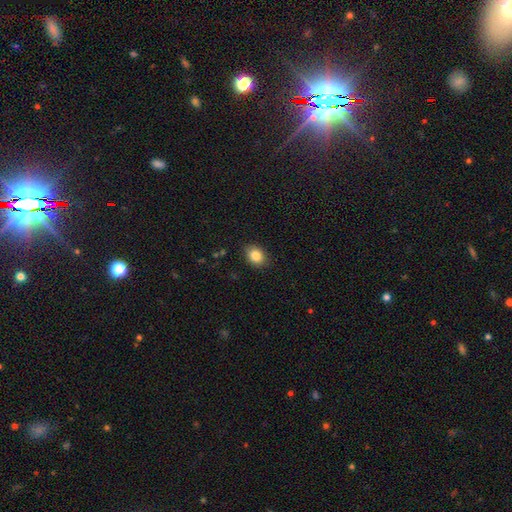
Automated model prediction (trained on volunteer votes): smooth-or-featured: smooth: 85% | star or artifact: 9% | featured or disk: 6%
  how-rounded: in between: 63% | round: 36% | cigar-shaped: 1%
  merging: none: 88% | minor disturbance: 9% | major disturbance: 2% | merger: 1%